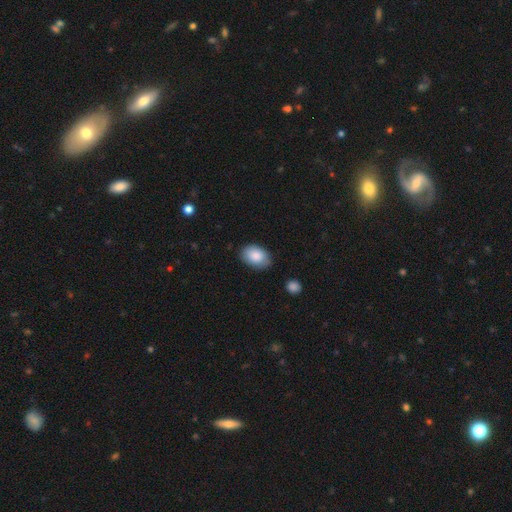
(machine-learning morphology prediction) The model was most divided on "merging": none: 78%, minor disturbance: 17%, major disturbance: 3%, merger: 2%. More confident: how rounded — in between (86%); smooth or featured — smooth (86%).